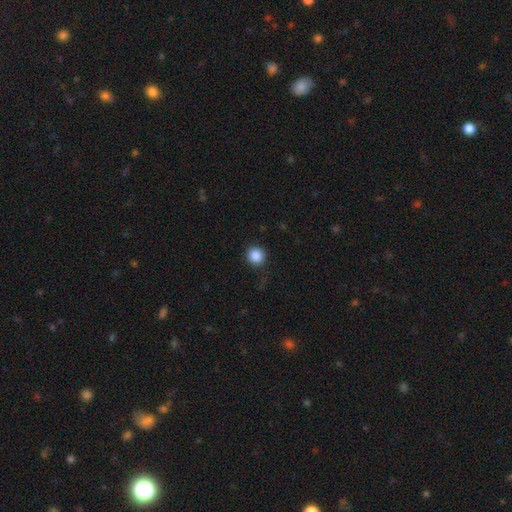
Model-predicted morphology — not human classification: smooth 88%, star or artifact 9%, featured or disk 3%. Down the decision tree: how rounded — round (94%); merging — none (86%).